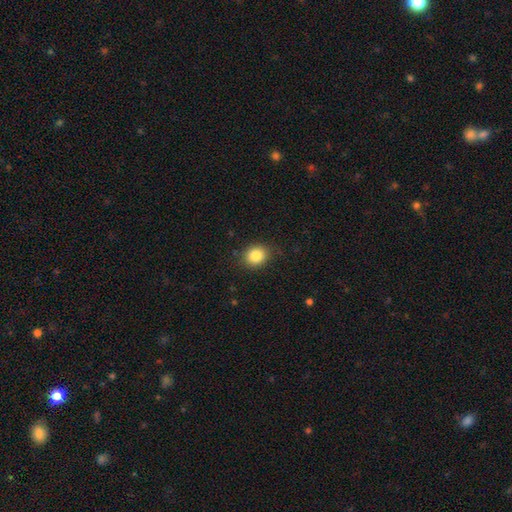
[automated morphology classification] smooth 84%, star or artifact 10%, featured or disk 6%. Down the decision tree: how rounded — round (66%); merging — none (86%).